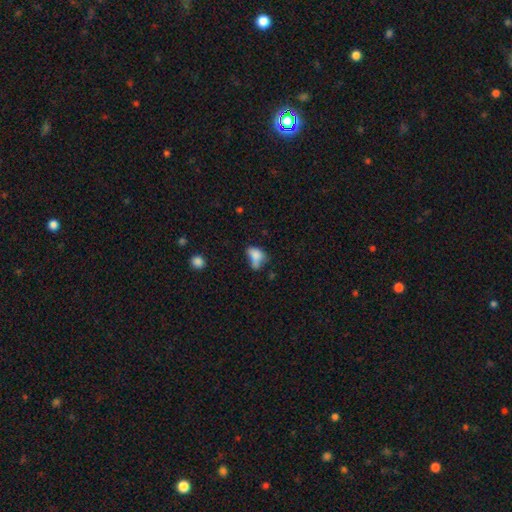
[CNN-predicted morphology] Overall: smooth (75%). How rounded: in between (81%). Merging: none (29%; merger 28%).